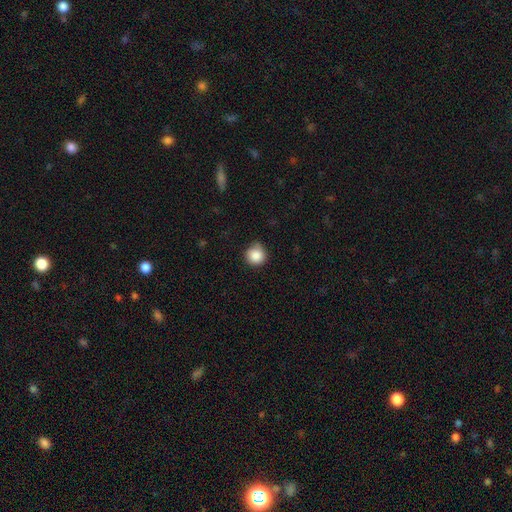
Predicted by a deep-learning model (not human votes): Smooth or featured? Predicted: smooth (p=0.88). How rounded? Predicted: round (p=0.94). Merging? Predicted: none (p=0.75).